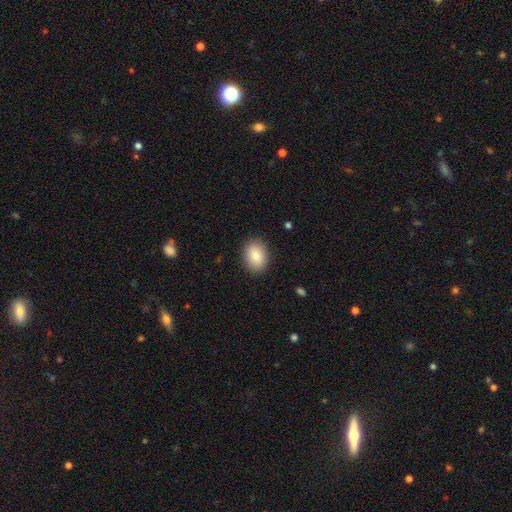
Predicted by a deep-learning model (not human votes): Smooth or featured? smooth (82%)
How rounded? in between (68%)
Merging? none (89%)